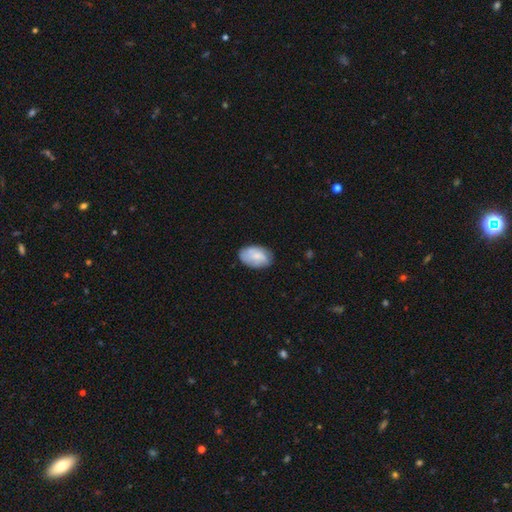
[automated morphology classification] The model was most divided on "smooth or featured": smooth: 69%, featured or disk: 24%, star or artifact: 7%. More confident: how rounded — in between (91%); merging — none (74%).